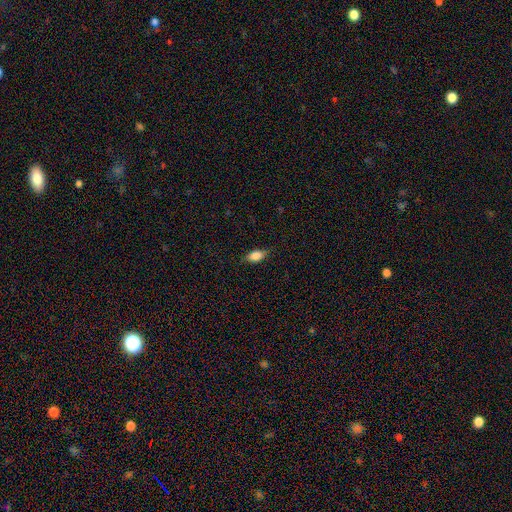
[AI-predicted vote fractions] smooth_or_featured: smooth (p=0.82) [alt: featured or disk p=0.10]
how_rounded: in between (p=0.86) [alt: cigar-shaped p=0.09]
merging: none (p=0.79) [alt: minor disturbance p=0.17]